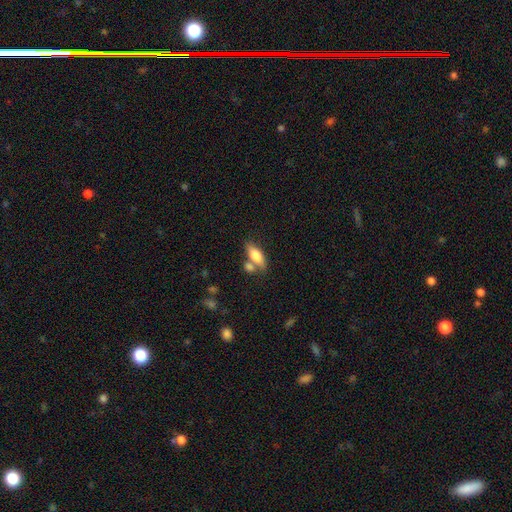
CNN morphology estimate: The model was most divided on "merging": none: 56%, merger: 27%, minor disturbance: 13%, major disturbance: 4%. More confident: how rounded — in between (75%); smooth or featured — smooth (74%).